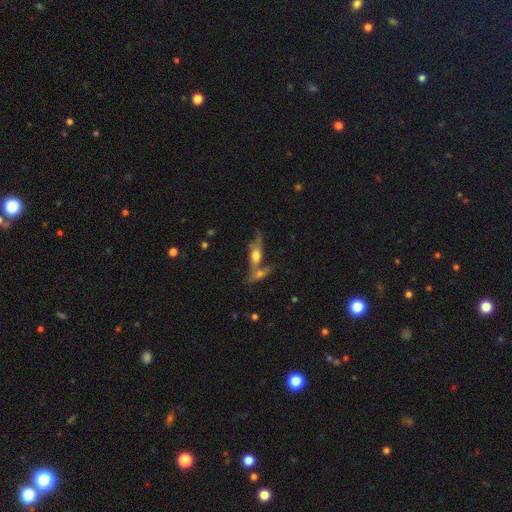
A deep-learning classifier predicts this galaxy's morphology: Smooth or featured?
  - featured or disk: 51% *
  - smooth: 40%
  - star or artifact: 9%
Edge-on disk?
  - yes: 68% *
  - no: 32%
Merging?
  - none: 40% *
  - merger: 39%
  - minor disturbance: 13%
  - major disturbance: 7%